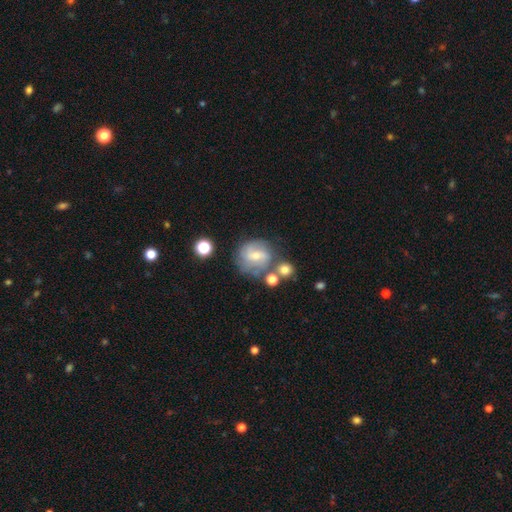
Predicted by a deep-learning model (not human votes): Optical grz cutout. It shows a featured or disk galaxy (51%). Merging: none (56%).